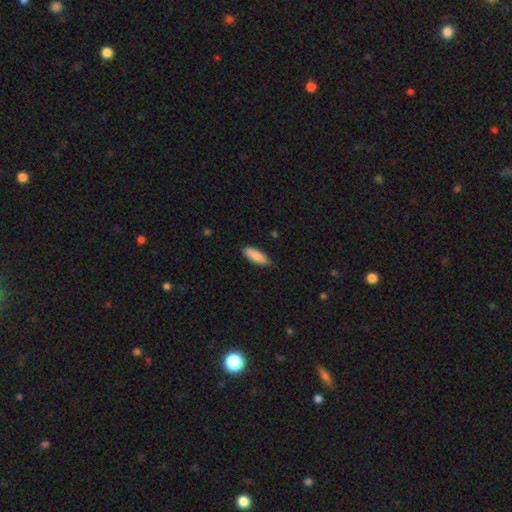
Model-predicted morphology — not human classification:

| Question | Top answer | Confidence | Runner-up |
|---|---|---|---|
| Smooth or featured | smooth | 89% | star or artifact (6%) |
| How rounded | in between | 72% | cigar-shaped (26%) |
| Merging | none | 78% | minor disturbance (19%) |